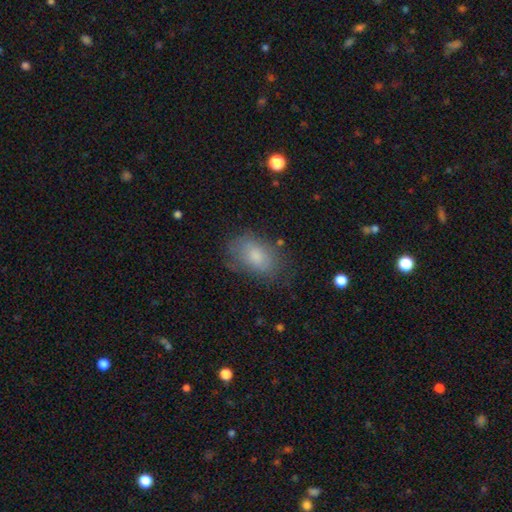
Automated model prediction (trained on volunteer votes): Smooth or featured?
  - smooth: 74% *
  - featured or disk: 17%
  - star or artifact: 10%
How rounded?
  - in between: 86% *
  - round: 12%
  - cigar-shaped: 2%
Merging?
  - none: 70% *
  - minor disturbance: 21%
  - major disturbance: 7%
  - merger: 2%